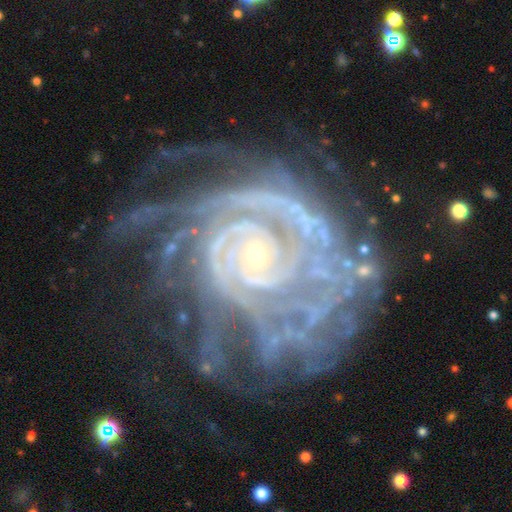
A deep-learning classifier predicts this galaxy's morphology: Overall: featured or disk (90%). Edge-on disk: no (97%). Bar: no (74%). Spiral arms: yes (98%). Spiral arm count: can't tell (23%; more than 4 20%). Spiral winding: tight (77%). Bulge size: small (80%). Merging: none (53%; major disturbance 22%).